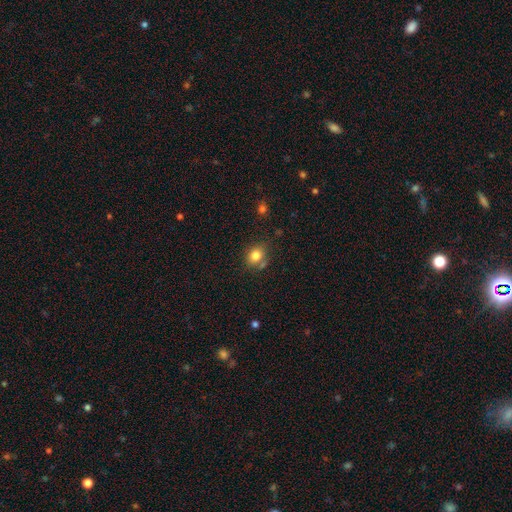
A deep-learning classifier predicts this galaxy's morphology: smooth 80%, star or artifact 11%, featured or disk 8%. Down the decision tree: how rounded — round (56%); merging — none (66%).